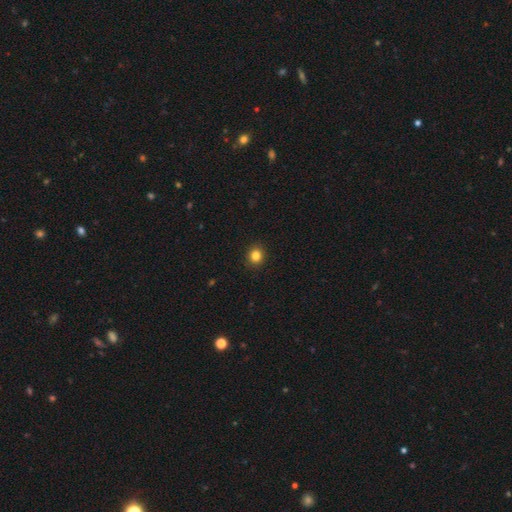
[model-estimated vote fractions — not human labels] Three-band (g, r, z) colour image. It shows a smooth galaxy with no disk features (84%) that is round (83%). Merging: none (92%).